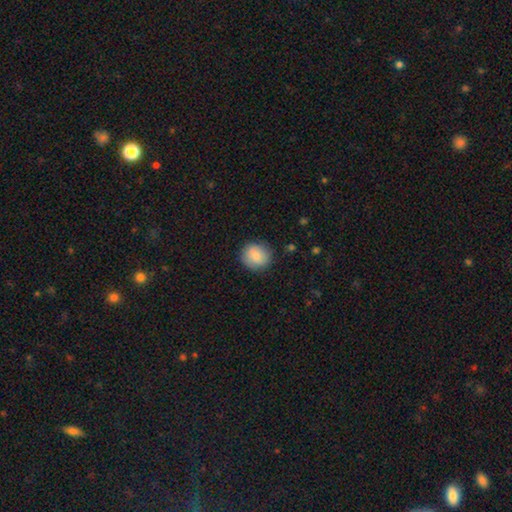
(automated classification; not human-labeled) Smooth or featured? Predicted: smooth (p=0.83). How rounded? Predicted: round (p=0.87). Merging? Predicted: none (p=0.85).